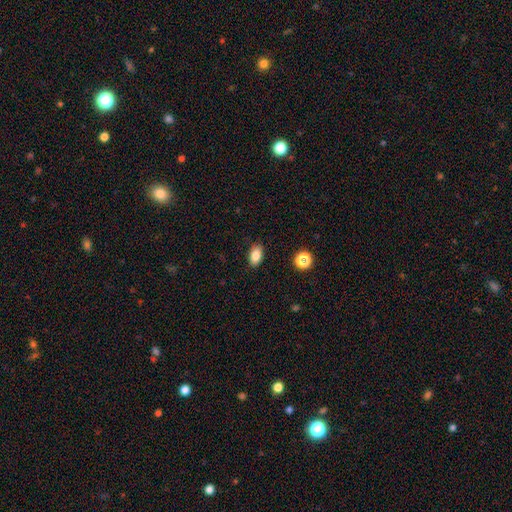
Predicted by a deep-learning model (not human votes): Smooth or featured: smooth — 82% (star or artifact — 10%)
How rounded: in between — 89% (round — 8%)
Merging: none — 88% (minor disturbance — 9%)